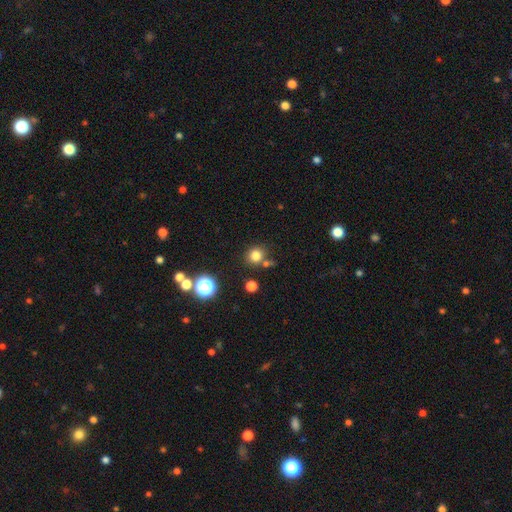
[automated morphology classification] A smooth galaxy with no disk features (79%) that is round (87%). Merging: none (74%).